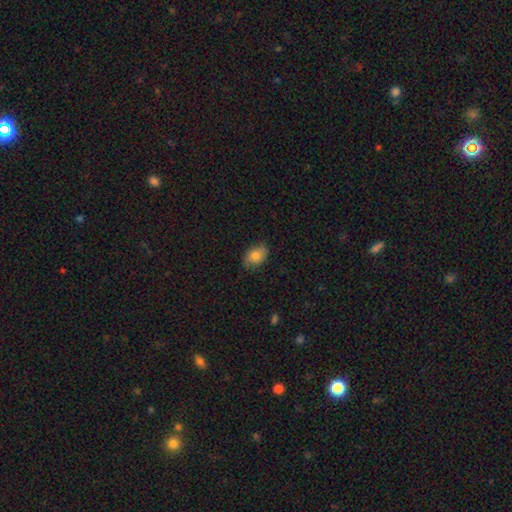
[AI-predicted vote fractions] A smooth galaxy with no disk features (80%) that is in between round and cigar-shaped (81%). Merging: none (76%).